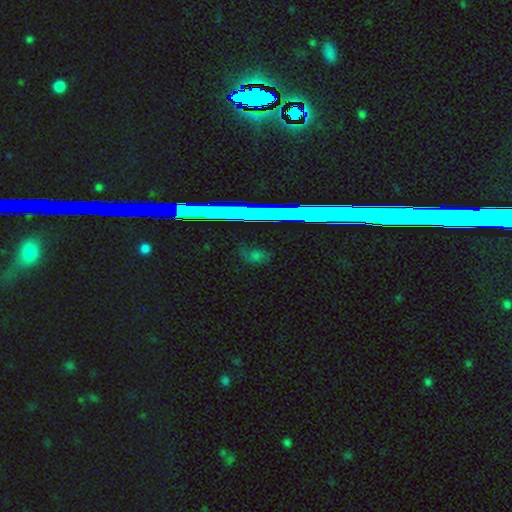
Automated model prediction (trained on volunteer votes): smooth_or_featured: star or artifact (p=0.57) [alt: smooth p=0.27]